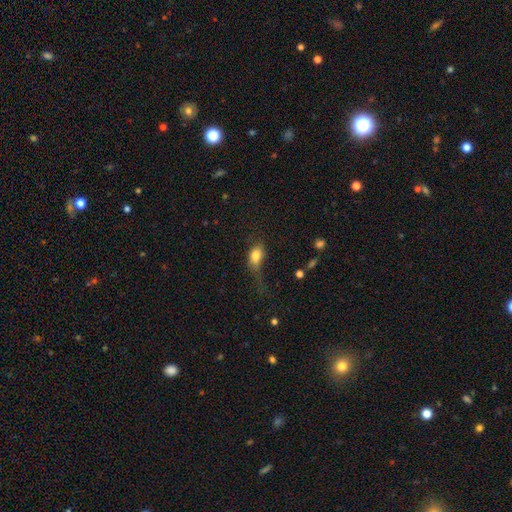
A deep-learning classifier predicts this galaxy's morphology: This is likely a smooth galaxy (78%). How rounded: clearly in between (80%). Merging: marginally major disturbance (38%).